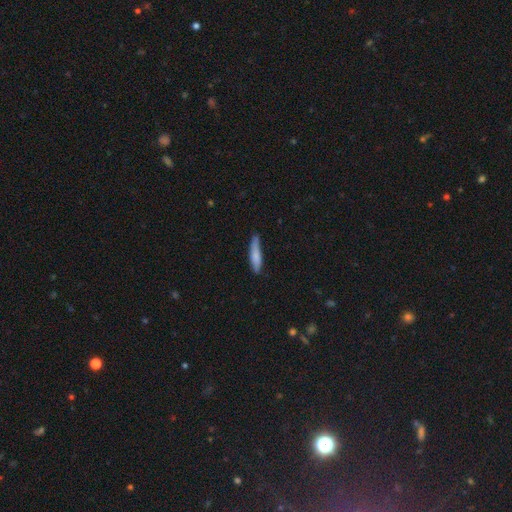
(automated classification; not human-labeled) Q: Smooth or featured?
A: smooth (79%); runner-up: featured or disk (16%)
Q: How rounded?
A: cigar-shaped (82%); runner-up: in between (16%)
Q: Merging?
A: none (69%); runner-up: minor disturbance (25%)